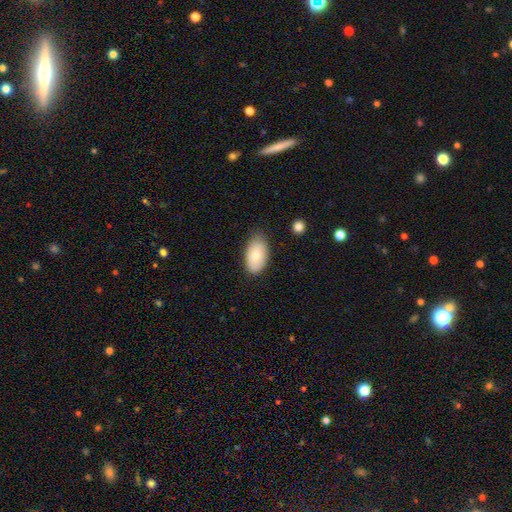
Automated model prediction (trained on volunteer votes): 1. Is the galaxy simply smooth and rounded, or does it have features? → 78% smooth, 16% featured or disk, 6% star or artifact.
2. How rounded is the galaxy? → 94% in between, 4% round, 2% cigar-shaped.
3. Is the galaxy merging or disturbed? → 72% none, 23% minor disturbance, 4% major disturbance, 2% merger.